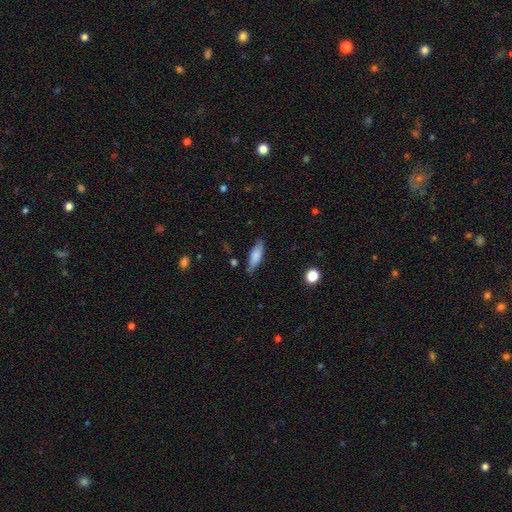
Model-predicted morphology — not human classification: smooth-or-featured: smooth: 78% | featured or disk: 15% | star or artifact: 7%
  how-rounded: in between: 56% | cigar-shaped: 42% | round: 2%
  merging: none: 79% | minor disturbance: 16% | major disturbance: 3% | merger: 2%